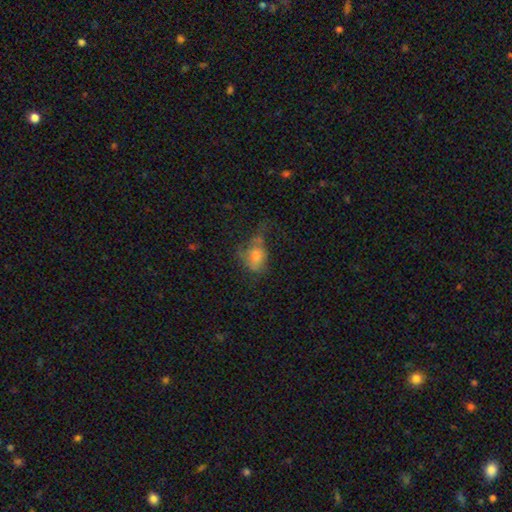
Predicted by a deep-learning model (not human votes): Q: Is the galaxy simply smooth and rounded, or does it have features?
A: smooth — 59%.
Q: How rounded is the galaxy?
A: in between — 67%.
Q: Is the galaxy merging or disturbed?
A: major disturbance — 39%.